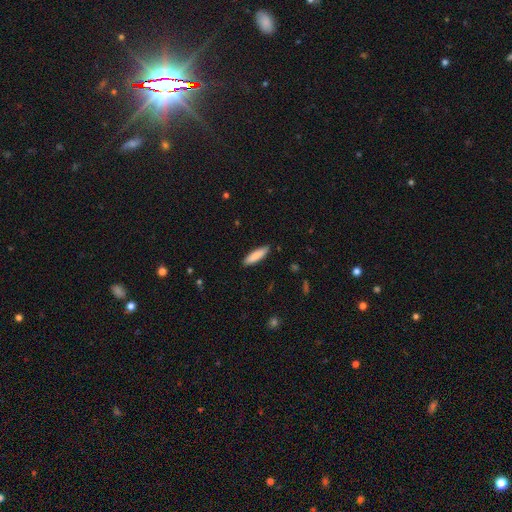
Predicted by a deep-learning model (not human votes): smooth_or_featured: smooth (p=0.85) [alt: featured or disk p=0.09]
how_rounded: cigar-shaped (p=0.63) [alt: in between p=0.36]
merging: none (p=0.88) [alt: minor disturbance p=0.09]